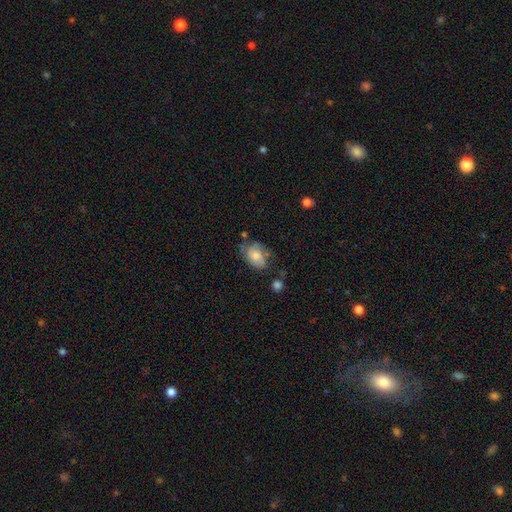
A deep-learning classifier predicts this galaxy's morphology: smooth_or_featured: smooth (p=0.72) [alt: featured or disk p=0.20]
how_rounded: in between (p=0.83) [alt: round p=0.16]
merging: none (p=0.48) [alt: minor disturbance p=0.32]